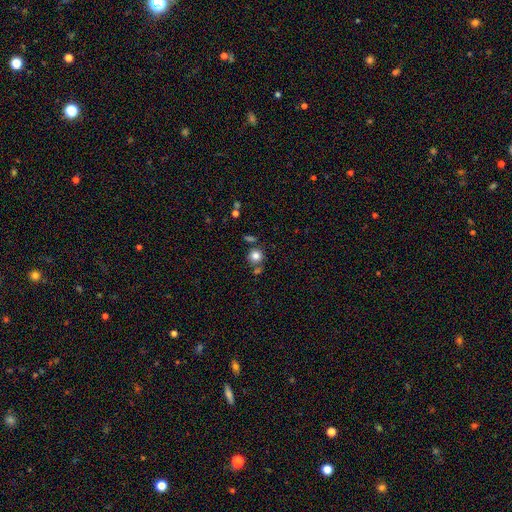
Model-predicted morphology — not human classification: Smooth or featured? Predicted: smooth (p=0.81). How rounded? Predicted: round (p=0.91). Merging? Predicted: none (p=0.72).